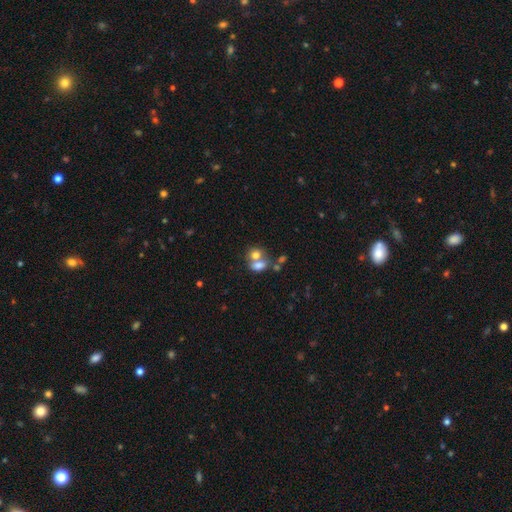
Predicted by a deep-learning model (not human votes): Overall: smooth (72%). How rounded: in between (59%; round 39%). Merging: merger (59%; none 28%).